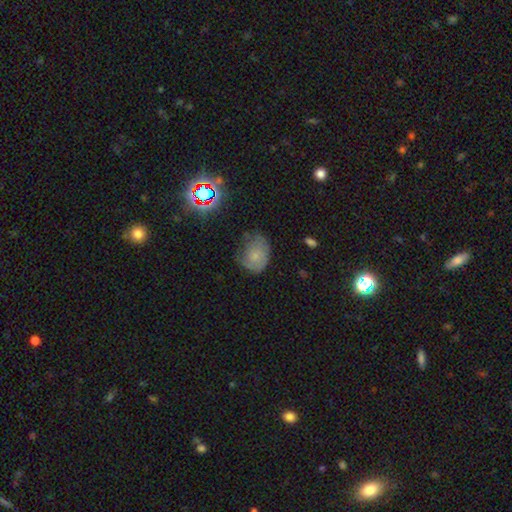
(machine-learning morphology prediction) Smooth or featured? Predicted: smooth (p=0.58). How rounded? Predicted: in between (p=0.53). Merging? Predicted: none (p=0.47).